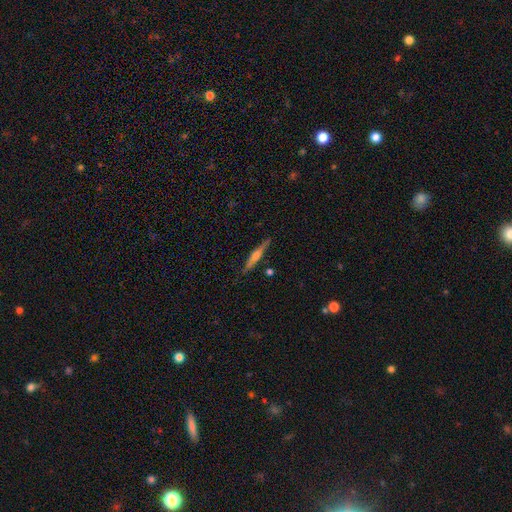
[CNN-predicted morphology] This is possibly a featured or disk galaxy (56%). It is clearly viewed edge-on (97%). Edge-on bulge: likely rounded (71%). Merging: clearly none (85%).